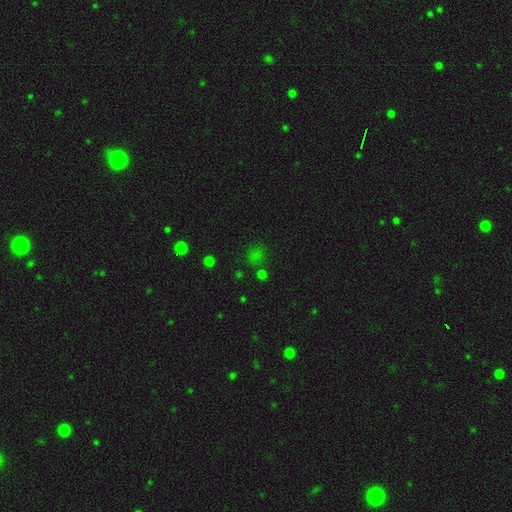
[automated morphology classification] Smooth or featured?
  - smooth: 57% *
  - star or artifact: 36%
  - featured or disk: 6%
How rounded?
  - round: 75% *
  - in between: 23%
  - cigar-shaped: 1%
Merging?
  - none: 69% *
  - minor disturbance: 15%
  - merger: 9%
  - major disturbance: 7%